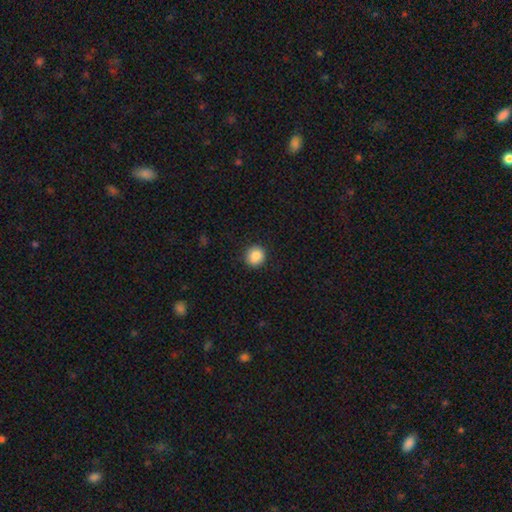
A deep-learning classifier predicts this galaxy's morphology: Q: Smooth or featured?
A: smooth (87%); runner-up: star or artifact (9%)
Q: How rounded?
A: round (90%); runner-up: in between (9%)
Q: Merging?
A: none (90%); runner-up: minor disturbance (7%)